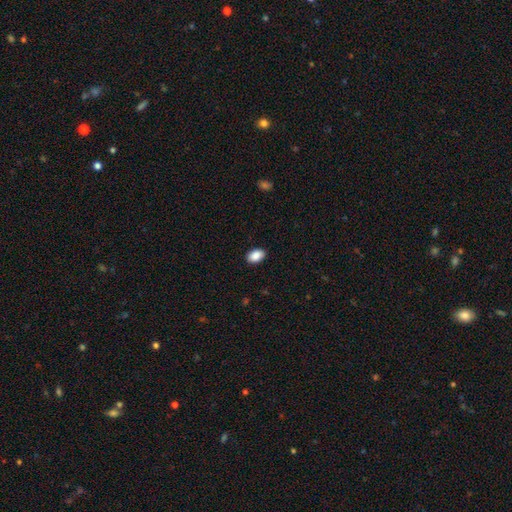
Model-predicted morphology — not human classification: smooth_or_featured: smooth (p=0.90) [alt: star or artifact p=0.07]
how_rounded: in between (p=0.87) [alt: round p=0.12]
merging: none (p=0.90) [alt: minor disturbance p=0.08]